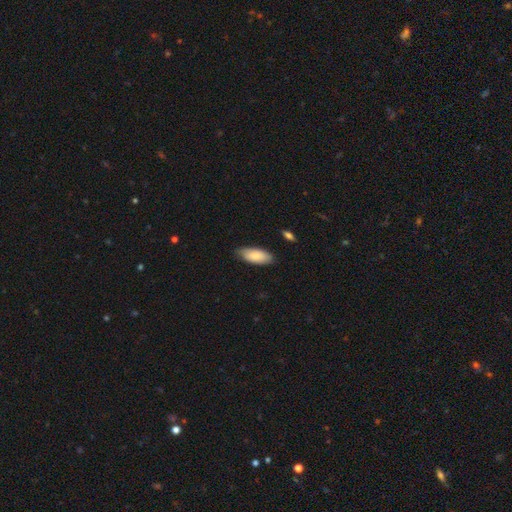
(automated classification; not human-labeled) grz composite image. It shows a smooth galaxy with no disk features (83%) that is in between round and cigar-shaped (83%). Merging: none (78%).